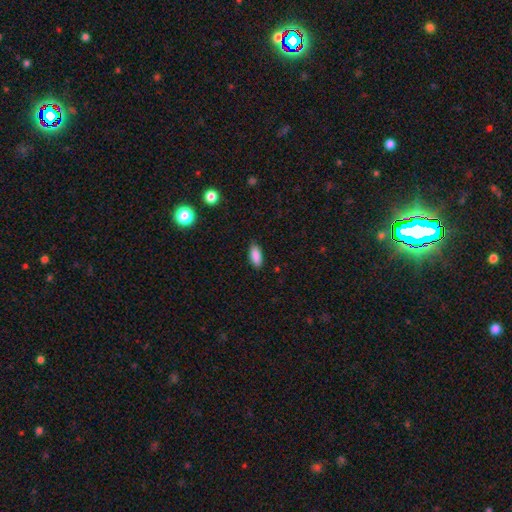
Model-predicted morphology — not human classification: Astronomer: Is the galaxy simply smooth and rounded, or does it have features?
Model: smooth — 88%.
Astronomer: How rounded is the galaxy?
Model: in between — 83%.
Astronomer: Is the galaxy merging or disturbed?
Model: none — 86%.